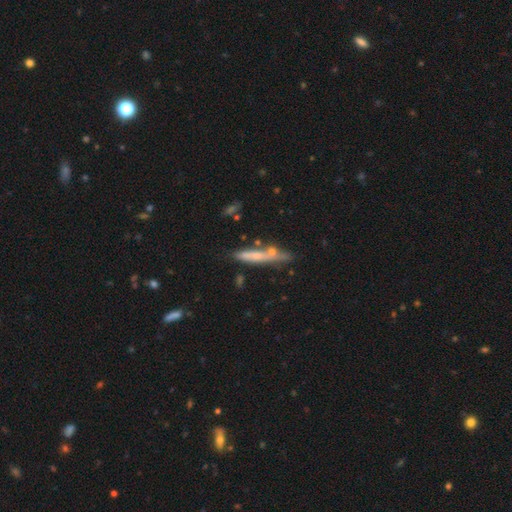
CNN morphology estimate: Smooth or featured?
  - smooth: 52% *
  - featured or disk: 40%
  - star or artifact: 8%
How rounded?
  - cigar-shaped: 90% *
  - in between: 8%
  - round: 2%
Merging?
  - none: 59% *
  - minor disturbance: 20%
  - merger: 14%
  - major disturbance: 6%